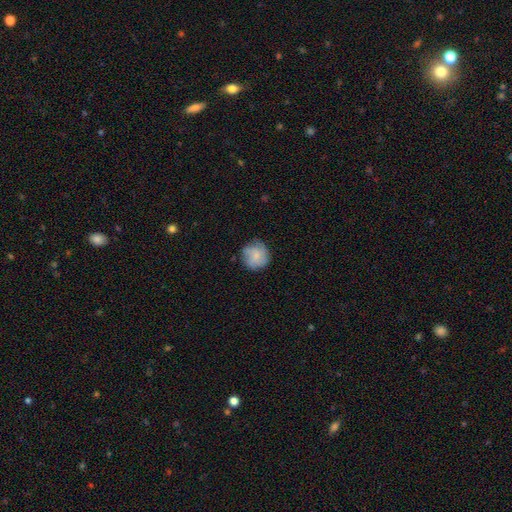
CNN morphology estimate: Q: Smooth or featured?
A: smooth (68%); runner-up: featured or disk (24%)
Q: How rounded?
A: round (90%); runner-up: in between (9%)
Q: Merging?
A: none (72%); runner-up: minor disturbance (21%)